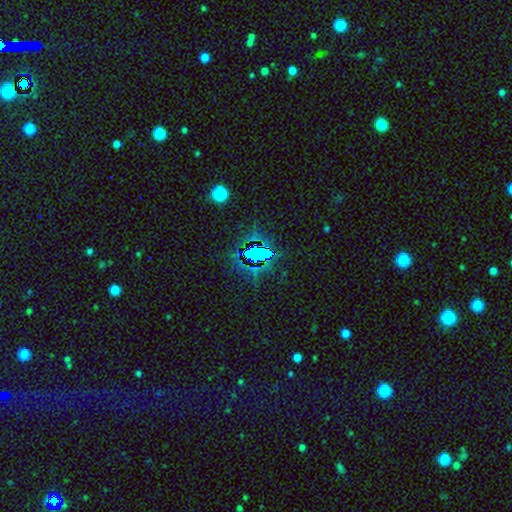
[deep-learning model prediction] This appears to be a star or artifact, not a galaxy (72%).